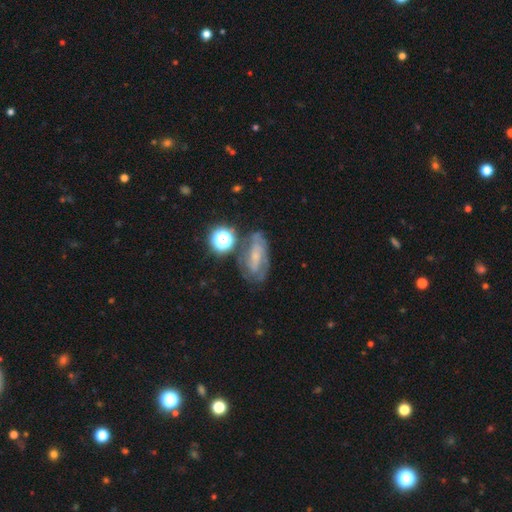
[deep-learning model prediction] This appears to be a featured or disk galaxy (60%) with no bar (46%), spiral arms (75%) and a small central bulge (61%). Merging: none (58%).